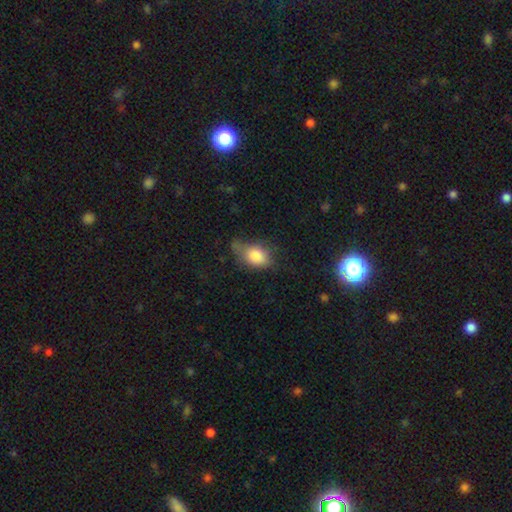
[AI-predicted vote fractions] smooth 81%, featured or disk 11%, star or artifact 9%. Down the decision tree: how rounded — in between (79%); merging — none (39%, tied with minor disturbance).